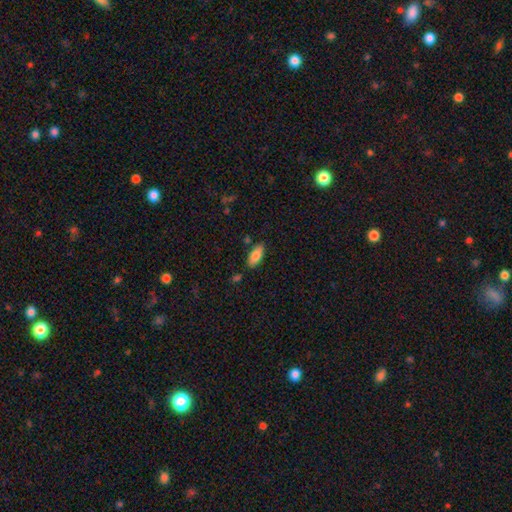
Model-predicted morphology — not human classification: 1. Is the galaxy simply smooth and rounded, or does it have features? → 82% smooth, 12% featured or disk, 6% star or artifact.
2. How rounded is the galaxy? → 83% in between, 15% cigar-shaped, 2% round.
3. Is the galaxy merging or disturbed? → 81% none, 12% minor disturbance, 4% merger, 2% major disturbance.